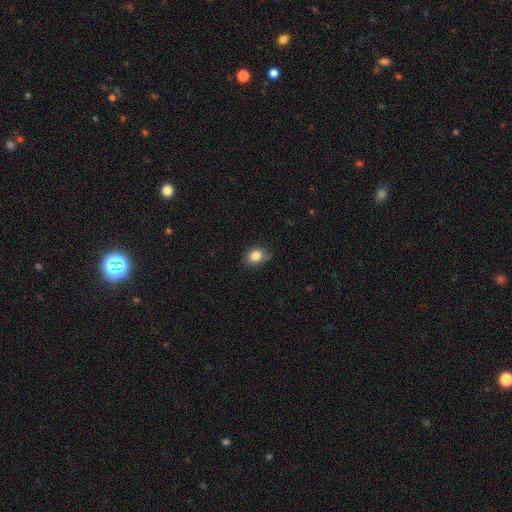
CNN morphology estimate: The model was most divided on "how rounded": in between: 57%, round: 42%, cigar-shaped: 1%. More confident: smooth or featured — smooth (84%); merging — none (78%).